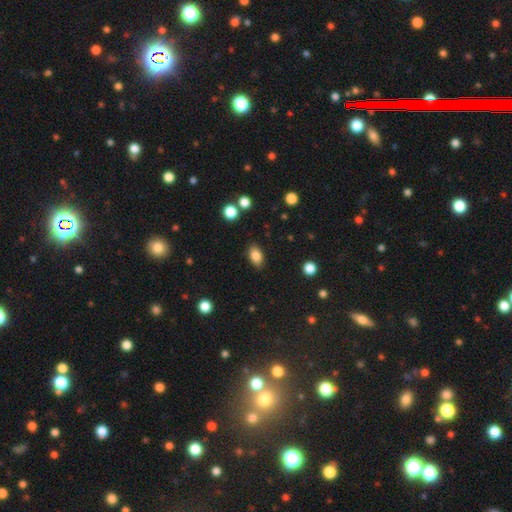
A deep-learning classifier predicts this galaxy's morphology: This appears to be a smooth galaxy with no disk features (85%) that is in between round and cigar-shaped (87%). Merging: none (86%).